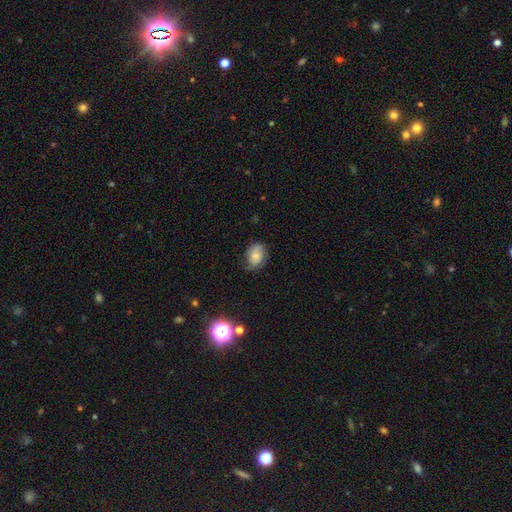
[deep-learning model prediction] Morphology: type=smooth (63%); roundness=in between (72%); merging=none (65%).